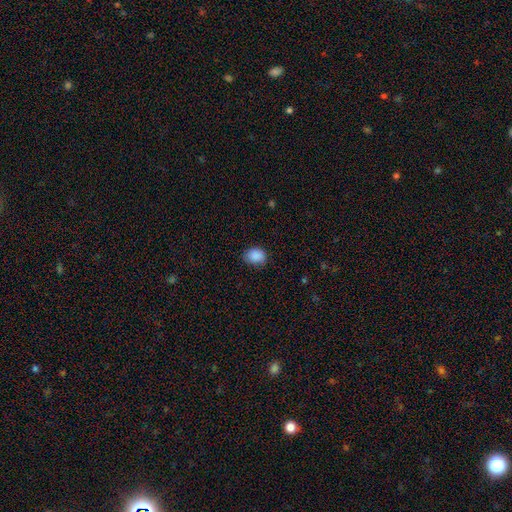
Smooth or featured? smooth (82%)
How rounded? in between (66%)
Merging? none (83%)